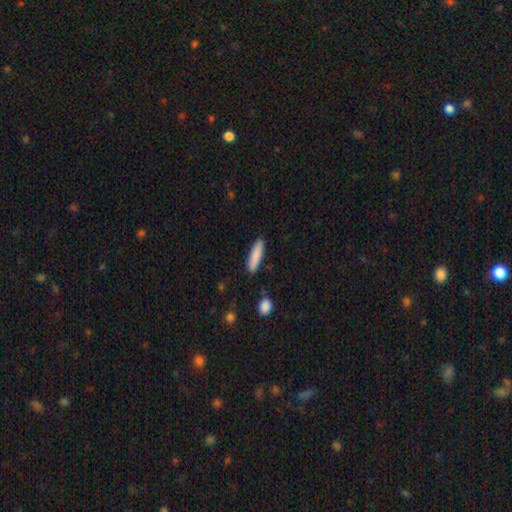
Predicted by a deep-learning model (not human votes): This is clearly a smooth galaxy (86%). How rounded: likely cigar-shaped (70%). Merging: clearly none (88%).